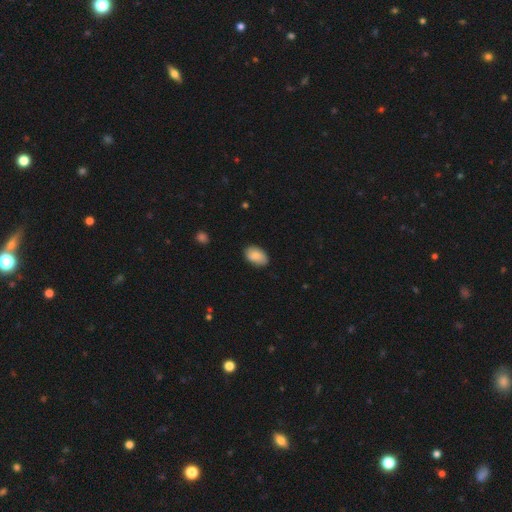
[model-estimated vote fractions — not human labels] Smooth or featured?
  - smooth: 84% *
  - featured or disk: 9%
  - star or artifact: 6%
How rounded?
  - in between: 91% *
  - round: 8%
  - cigar-shaped: 1%
Merging?
  - none: 81% *
  - minor disturbance: 15%
  - major disturbance: 2%
  - merger: 1%